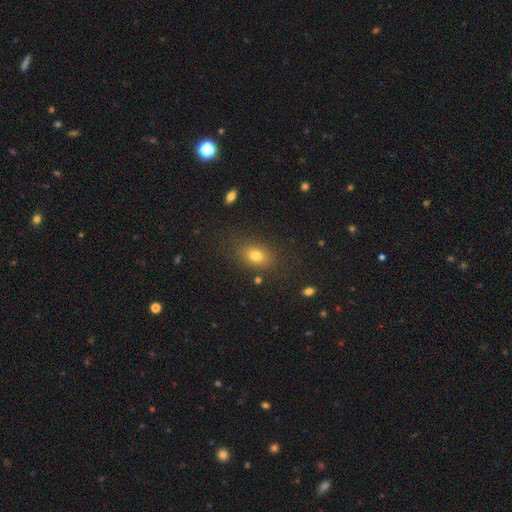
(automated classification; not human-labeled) Smooth or featured? smooth (75%)
How rounded? in between (74%)
Merging? none (83%)